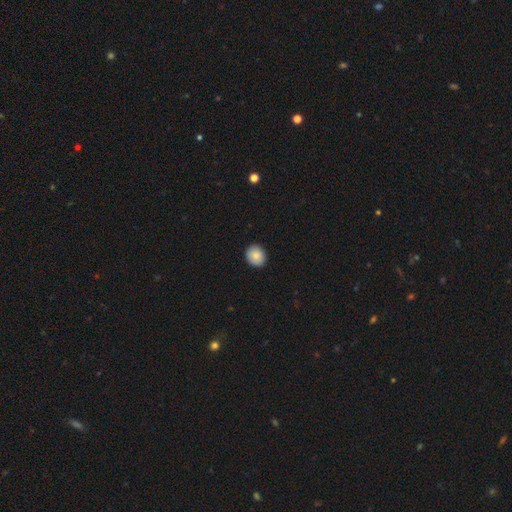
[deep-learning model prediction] smooth 85%, featured or disk 8%, star or artifact 8%. Down the decision tree: how rounded — round (66%); merging — none (90%).